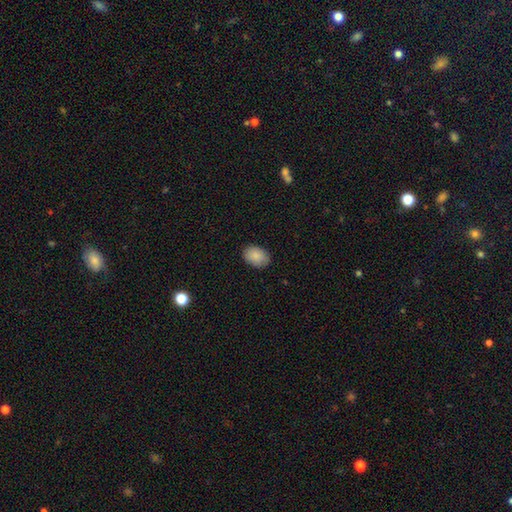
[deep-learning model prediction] Smooth or featured: smooth — 88% (star or artifact — 7%)
How rounded: in between — 78% (round — 21%)
Merging: none — 86% (minor disturbance — 11%)